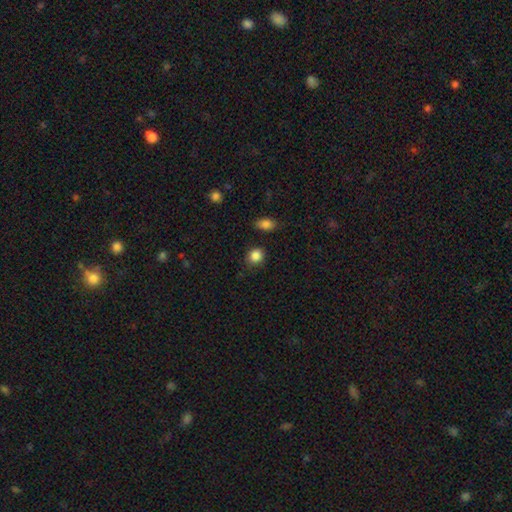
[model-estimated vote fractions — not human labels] Smooth or featured? smooth (86%)
How rounded? round (77%)
Merging? none (83%)